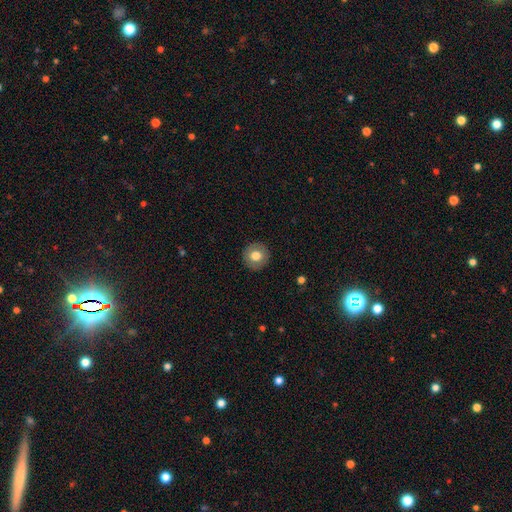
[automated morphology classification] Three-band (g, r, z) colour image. It shows a smooth galaxy with no disk features (76%) that is round (93%). Merging: none (91%).